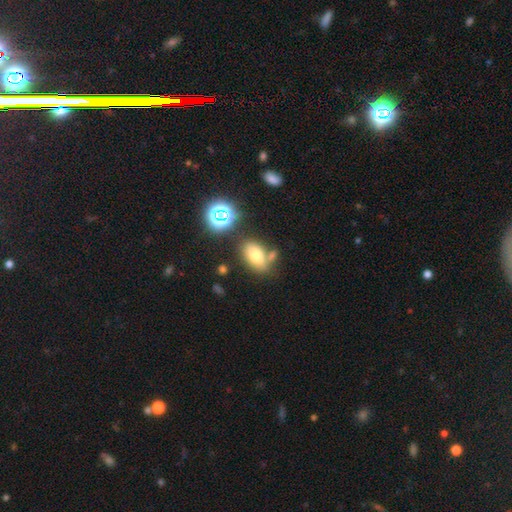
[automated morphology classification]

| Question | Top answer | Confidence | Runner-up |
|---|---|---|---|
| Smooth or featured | smooth | 73% | star or artifact (14%) |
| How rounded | in between | 85% | round (13%) |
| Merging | none | 62% | merger (17%) |